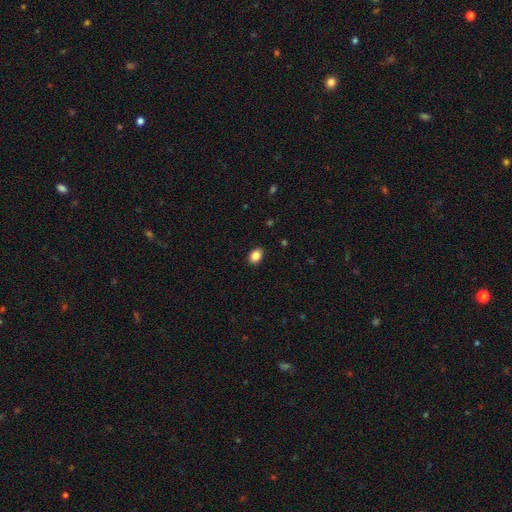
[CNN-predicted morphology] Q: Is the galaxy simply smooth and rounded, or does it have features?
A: smooth — 86%.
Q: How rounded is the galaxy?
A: in between — 72%.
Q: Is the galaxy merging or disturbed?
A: none — 90%.